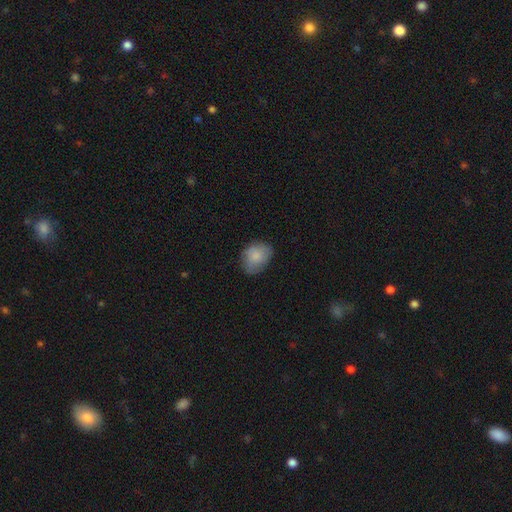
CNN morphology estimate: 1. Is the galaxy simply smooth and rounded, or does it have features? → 82% smooth, 11% featured or disk, 7% star or artifact.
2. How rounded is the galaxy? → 61% in between, 38% round, 1% cigar-shaped.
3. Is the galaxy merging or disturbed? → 70% none, 24% minor disturbance, 5% major disturbance, 1% merger.